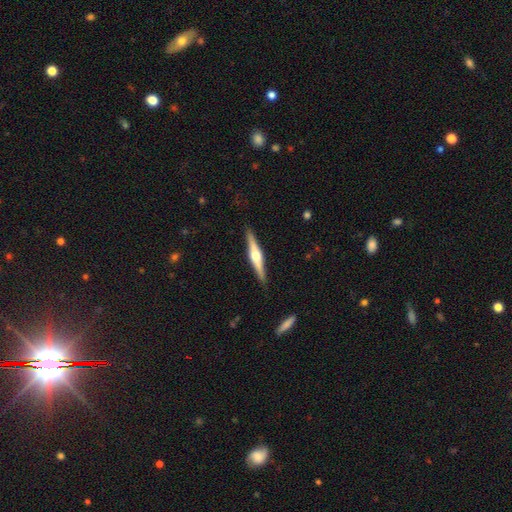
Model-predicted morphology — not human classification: A featured or disk galaxy (75%) viewed edge-on (98%) with a rounded central bulge (93%).

Vote fractions:
- Smooth or featured? featured or disk: 75% / smooth: 20% / star or artifact: 5%
- Edge-on disk? yes: 98% / no: 2%
- Edge-on bulge? rounded: 93% / boxy: 4% / none: 2%
- Merging? none: 90% / minor disturbance: 7% / major disturbance: 1% / merger: 1%